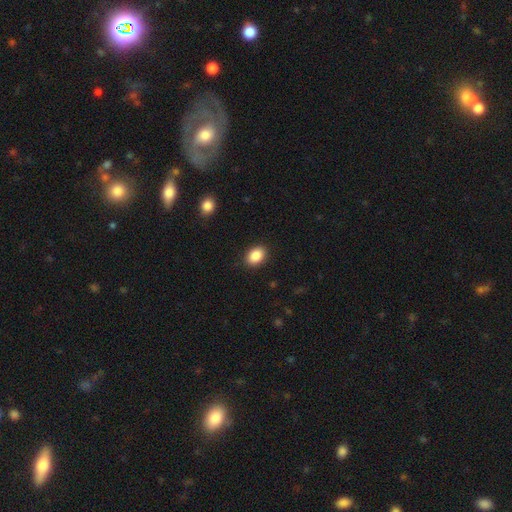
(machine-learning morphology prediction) Q: Smooth or featured?
A: smooth (88%); runner-up: star or artifact (8%)
Q: How rounded?
A: in between (79%); runner-up: round (19%)
Q: Merging?
A: none (89%); runner-up: minor disturbance (8%)